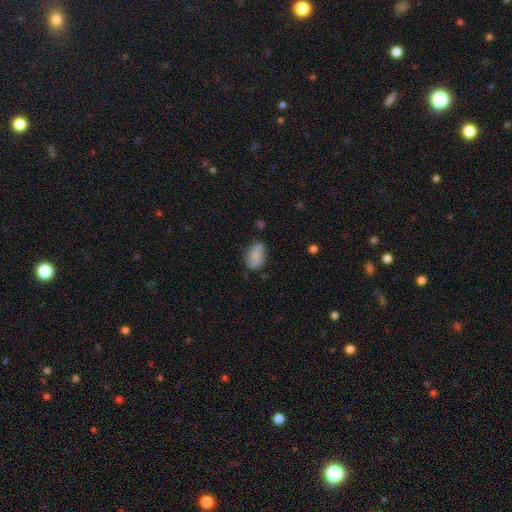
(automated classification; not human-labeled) smooth-or-featured: smooth: 73% | featured or disk: 19% | star or artifact: 8%
  how-rounded: in between: 87% | round: 11% | cigar-shaped: 2%
  merging: none: 61% | minor disturbance: 27% | major disturbance: 6% | merger: 6%